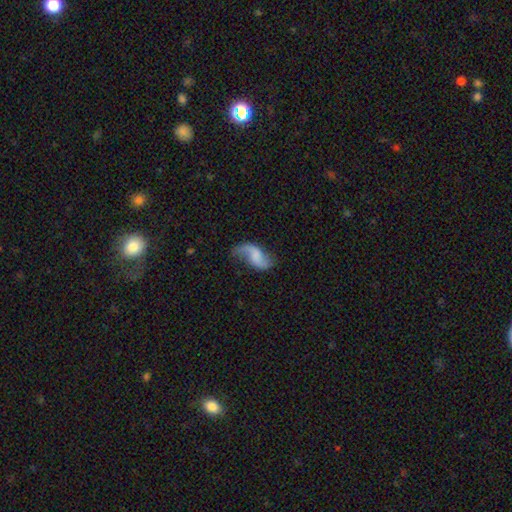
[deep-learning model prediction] Smooth or featured: featured or disk — 72% (smooth — 21%)
Edge-on disk: no — 97% (yes — 3%)
Bar: no — 50% (weak — 38%)
Spiral arms: yes — 93% (no — 7%)
Spiral winding: loose — 81% (medium — 15%)
Spiral arm count: 2 — 84% (1 — 11%)
Bulge size: none — 54% (small — 23%)
Merging: none — 61% (minor disturbance — 22%)